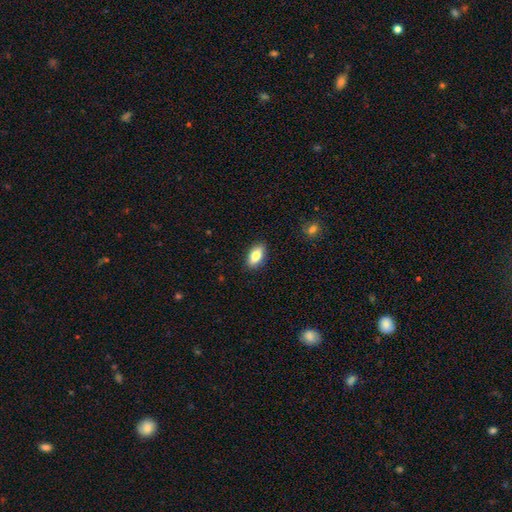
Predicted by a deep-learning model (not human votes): Q: Smooth or featured?
A: smooth (80%); runner-up: featured or disk (13%)
Q: How rounded?
A: in between (87%); runner-up: cigar-shaped (8%)
Q: Merging?
A: none (89%); runner-up: minor disturbance (8%)